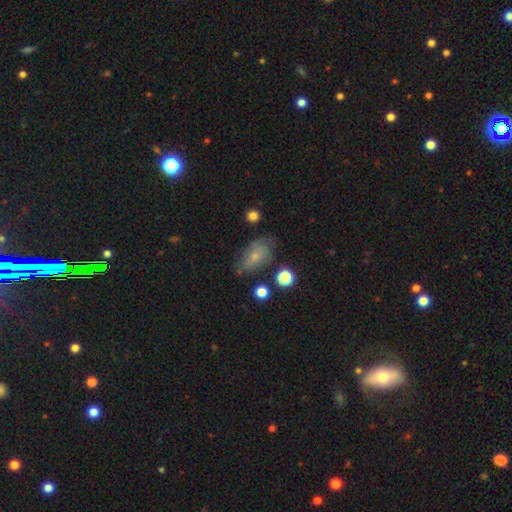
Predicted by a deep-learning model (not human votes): Smooth or featured?
  - smooth: 61% *
  - featured or disk: 29%
  - star or artifact: 10%
How rounded?
  - in between: 87% *
  - round: 10%
  - cigar-shaped: 3%
Merging?
  - none: 57% *
  - minor disturbance: 28%
  - major disturbance: 11%
  - merger: 4%